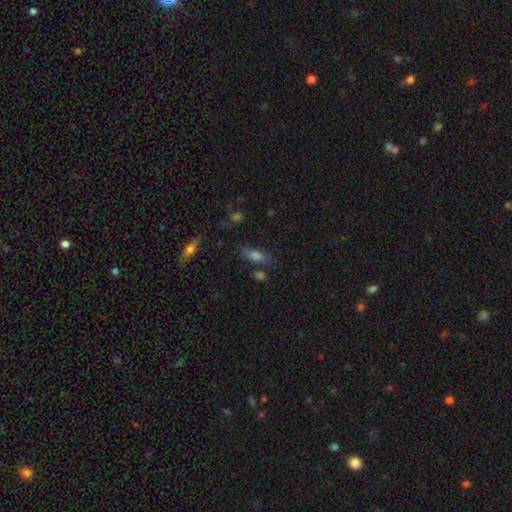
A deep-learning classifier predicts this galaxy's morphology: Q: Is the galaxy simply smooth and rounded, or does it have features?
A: smooth — 70%.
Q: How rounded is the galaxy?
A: in between — 70%.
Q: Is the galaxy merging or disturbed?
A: none — 68%.